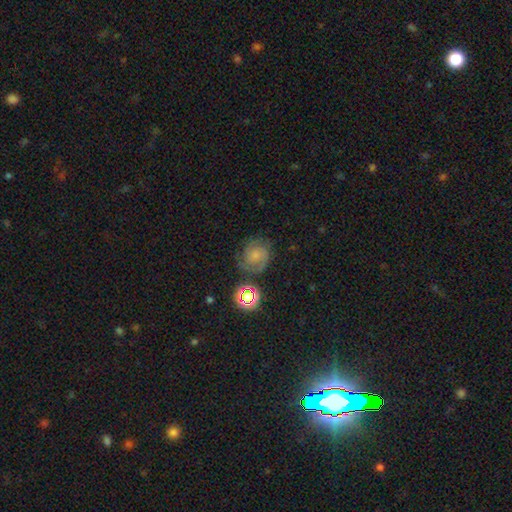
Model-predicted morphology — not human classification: Smooth or featured? Predicted: featured or disk (p=0.52). Edge-on disk? Predicted: no (p=0.97). Bar? Predicted: no (p=0.68). Spiral arms? Predicted: yes (p=0.91). Bulge size? Predicted: small (p=0.35). Merging? Predicted: none (p=0.66).